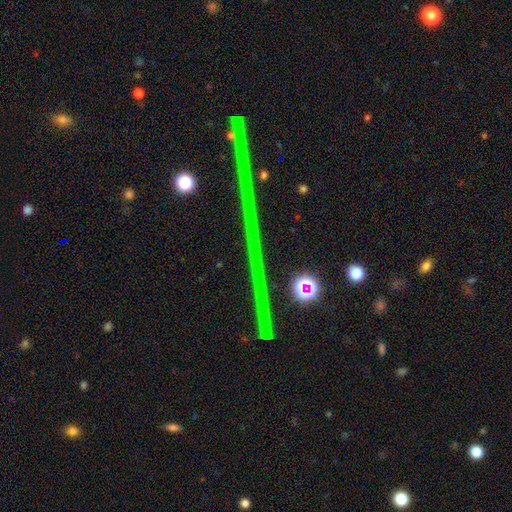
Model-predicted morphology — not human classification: Smooth or featured? star or artifact (68%)